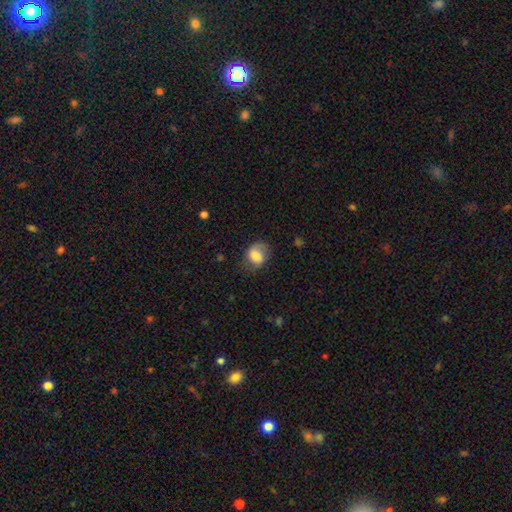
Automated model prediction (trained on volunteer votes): This is likely a smooth galaxy (70%). How rounded: possibly round (51%). Merging: possibly none (59%).